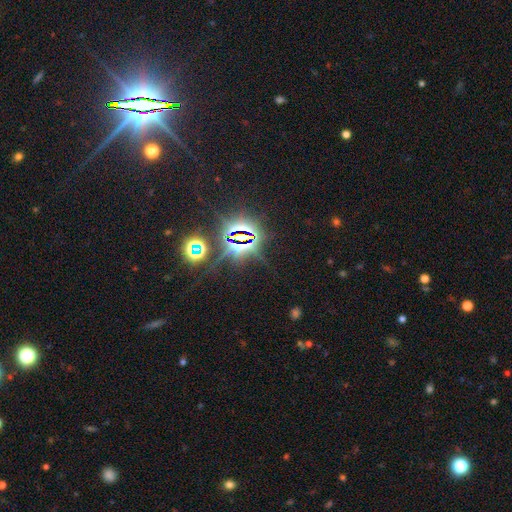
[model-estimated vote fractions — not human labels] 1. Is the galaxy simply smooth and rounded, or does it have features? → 84% star or artifact, 9% smooth, 7% featured or disk.